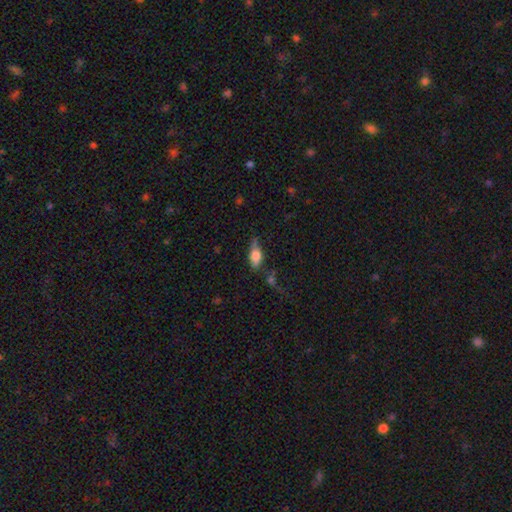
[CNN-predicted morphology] Smooth or featured: smooth — 66% (featured or disk — 26%)
How rounded: in between — 78% (cigar-shaped — 17%)
Merging: none — 49% (minor disturbance — 29%)